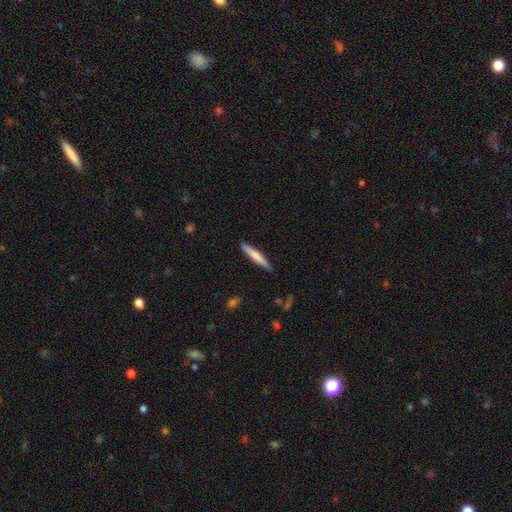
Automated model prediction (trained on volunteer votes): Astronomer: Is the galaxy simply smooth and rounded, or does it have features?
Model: smooth — 71%.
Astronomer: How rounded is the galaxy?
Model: cigar-shaped — 93%.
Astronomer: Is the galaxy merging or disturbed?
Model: none — 89%.